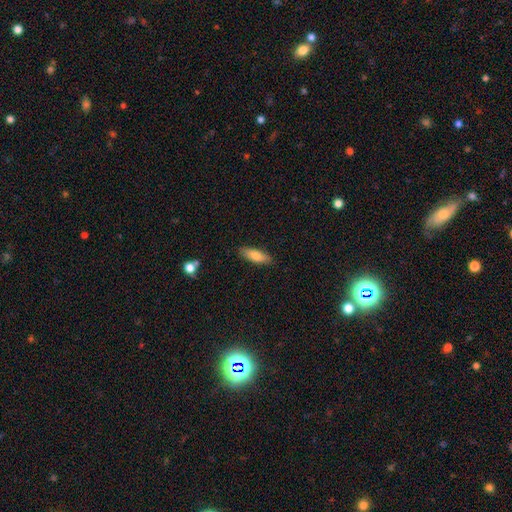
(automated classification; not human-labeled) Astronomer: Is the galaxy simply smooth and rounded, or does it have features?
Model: smooth — 78%.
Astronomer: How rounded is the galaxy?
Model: in between — 57% (runner-up: cigar-shaped, 42%).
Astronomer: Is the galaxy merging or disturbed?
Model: none — 87%.